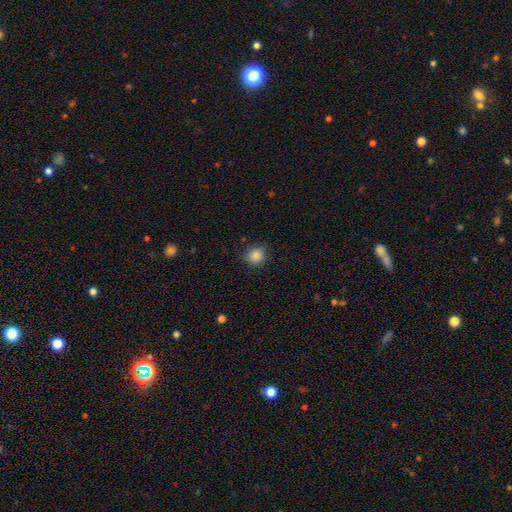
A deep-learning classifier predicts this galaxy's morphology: Overall: smooth (86%). How rounded: round (84%). Merging: none (83%).